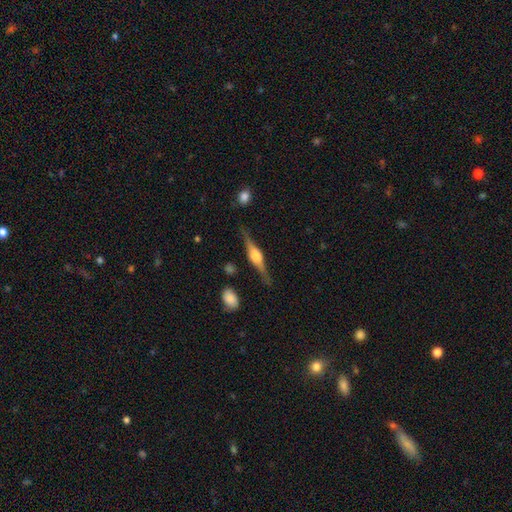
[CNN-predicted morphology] type=featured or disk (83%); edge-on=yes (98%); edge-on bulge=rounded (83%); merging=none (84%).